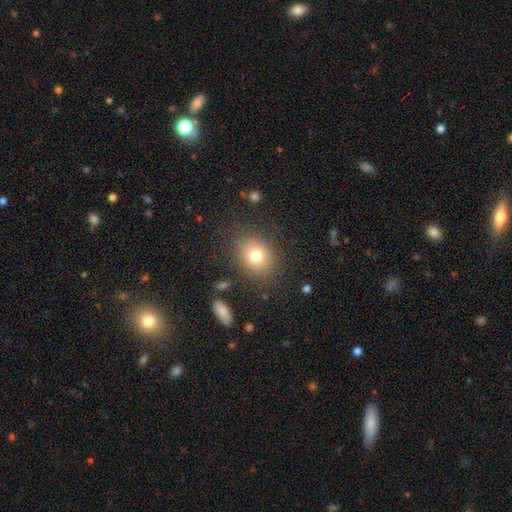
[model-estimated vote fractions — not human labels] A smooth galaxy with no disk features (77%) that is round (54%). Merging: none (83%).